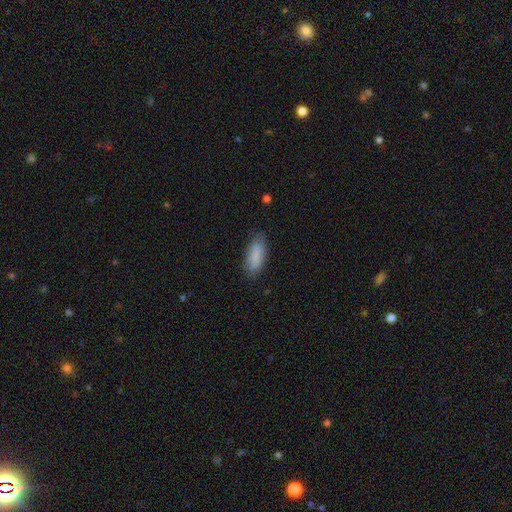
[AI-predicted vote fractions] This appears to be a smooth galaxy with no disk features (84%) that is in between round and cigar-shaped (73%). Merging: none (75%).